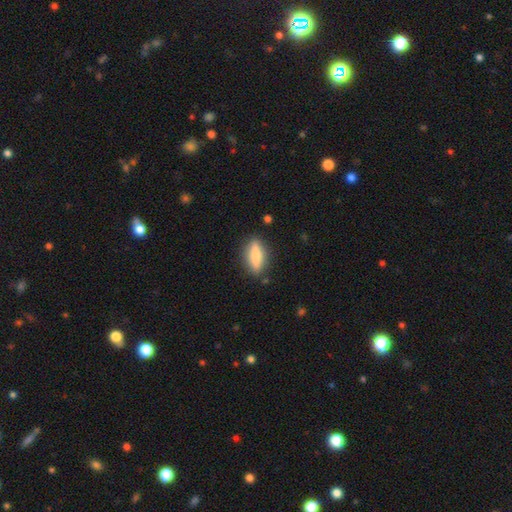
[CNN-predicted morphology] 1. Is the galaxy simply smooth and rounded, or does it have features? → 65% smooth, 28% featured or disk, 7% star or artifact.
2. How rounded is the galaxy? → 57% cigar-shaped, 40% in between, 3% round.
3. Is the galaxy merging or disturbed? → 85% none, 10% minor disturbance, 3% major disturbance, 2% merger.